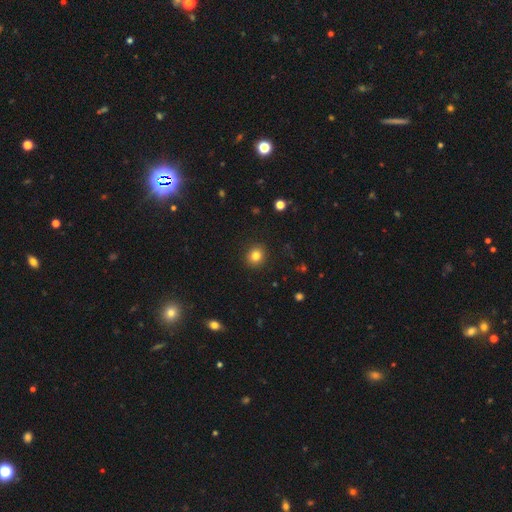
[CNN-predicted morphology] This appears to be a smooth galaxy with no disk features (82%) that is round (82%). Merging: none (91%).